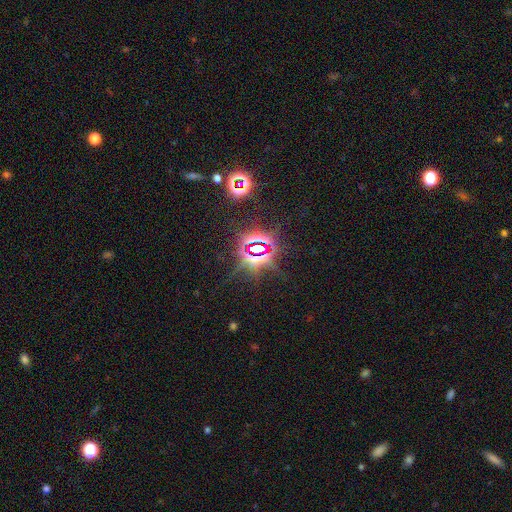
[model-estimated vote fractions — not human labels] Smooth or featured? star or artifact (84%)